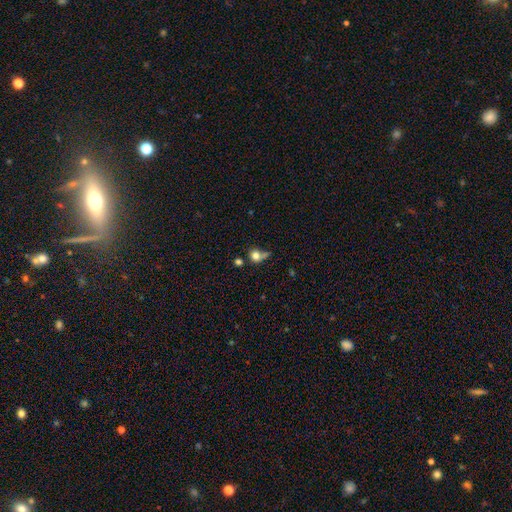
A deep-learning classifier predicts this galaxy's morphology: smooth_or_featured: smooth (p=0.74) [alt: featured or disk p=0.13]
how_rounded: round (p=0.79) [alt: in between p=0.19]
merging: none (p=0.38) [alt: minor disturbance p=0.21]